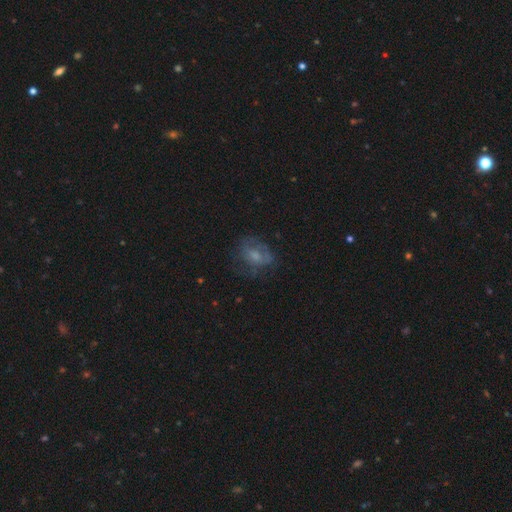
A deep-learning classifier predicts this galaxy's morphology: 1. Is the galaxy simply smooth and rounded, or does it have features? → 46% smooth, 42% featured or disk, 13% star or artifact.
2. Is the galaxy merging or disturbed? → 52% none, 24% minor disturbance, 22% major disturbance, 2% merger.